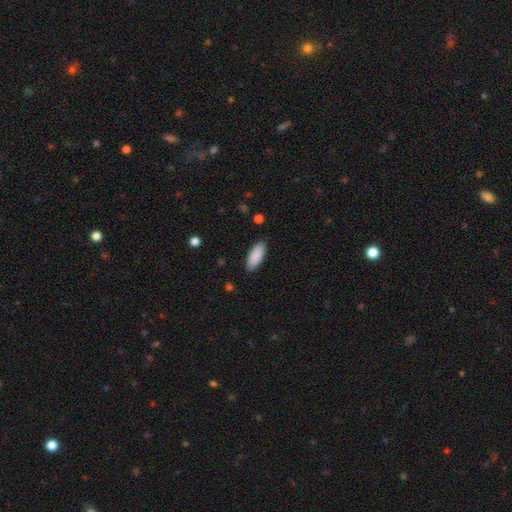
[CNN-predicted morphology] The model was most divided on "how rounded": in between: 81%, cigar-shaped: 17%, round: 2%. More confident: smooth or featured — smooth (90%); merging — none (87%).